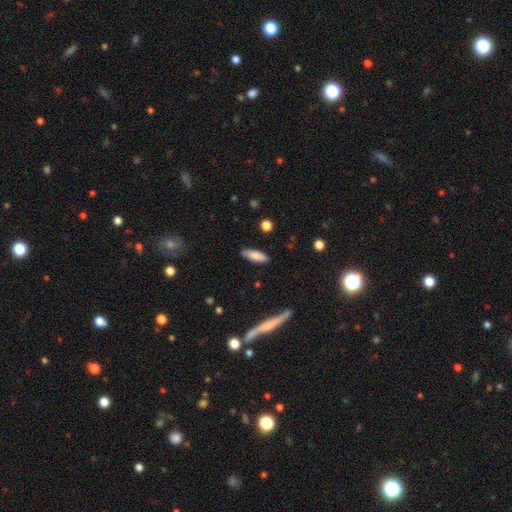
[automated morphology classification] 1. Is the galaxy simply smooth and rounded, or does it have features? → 82% smooth, 12% featured or disk, 6% star or artifact.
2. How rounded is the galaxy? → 54% in between, 44% cigar-shaped, 2% round.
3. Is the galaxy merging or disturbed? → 87% none, 10% minor disturbance, 2% major disturbance, 2% merger.